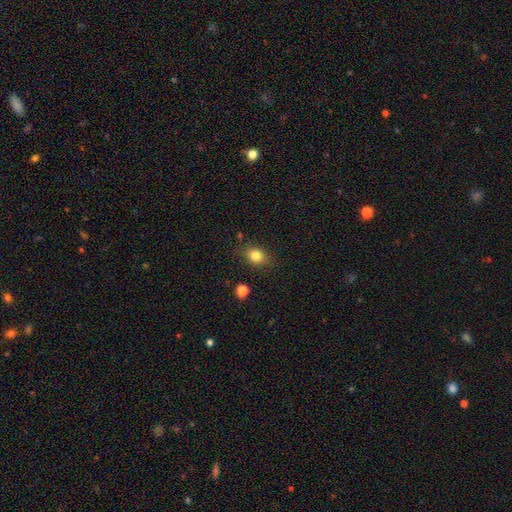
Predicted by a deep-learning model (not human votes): Smooth or featured: smooth — 81% (star or artifact — 11%)
How rounded: round — 50% (in between — 49%)
Merging: none — 82% (minor disturbance — 13%)